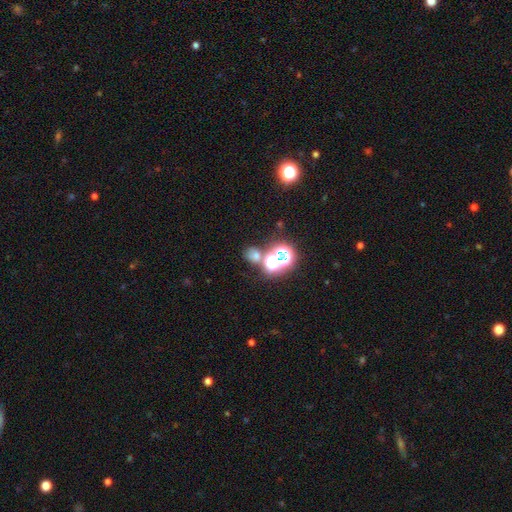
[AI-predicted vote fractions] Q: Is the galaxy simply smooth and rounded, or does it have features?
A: star or artifact — 45%.